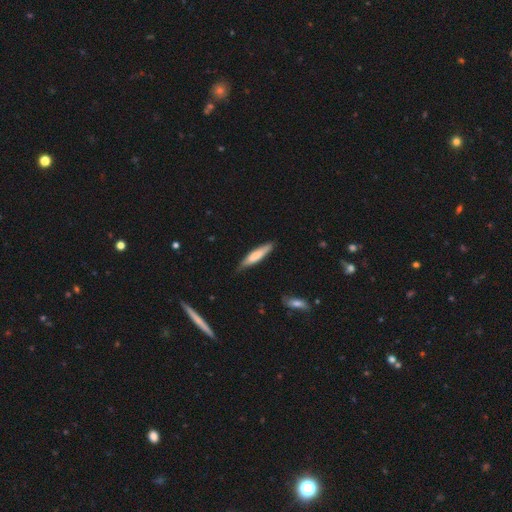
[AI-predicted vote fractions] Smooth or featured? smooth (70%)
How rounded? cigar-shaped (82%)
Merging? none (76%)